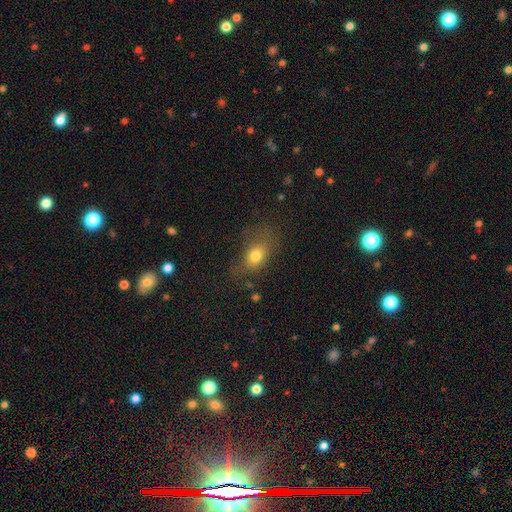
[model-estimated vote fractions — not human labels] This appears to be a smooth galaxy with no disk features (74%) that is in between round and cigar-shaped (74%). Merging: none (57%).